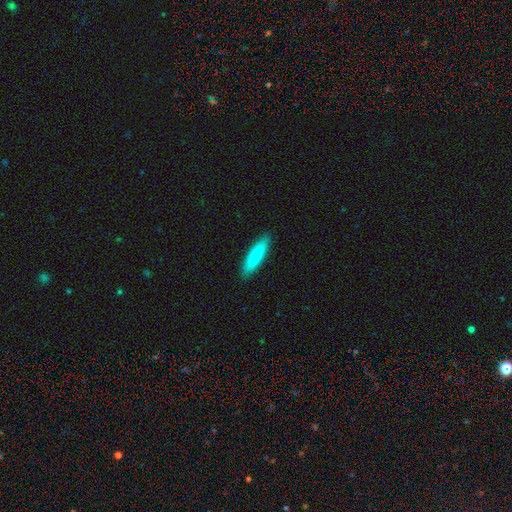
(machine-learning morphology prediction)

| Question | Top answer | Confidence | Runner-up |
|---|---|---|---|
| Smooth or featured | smooth | 80% | featured or disk (14%) |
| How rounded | cigar-shaped | 81% | in between (18%) |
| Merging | none | 90% | minor disturbance (7%) |